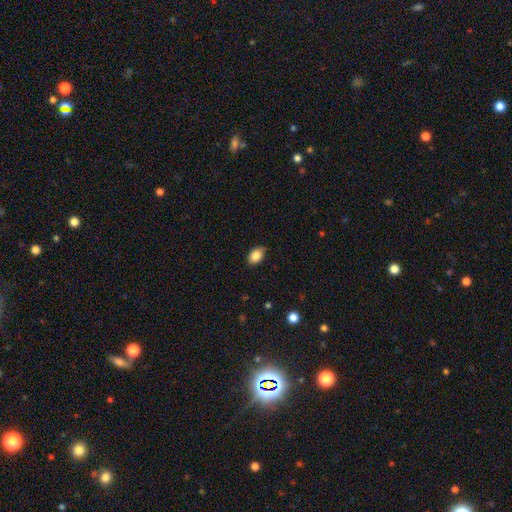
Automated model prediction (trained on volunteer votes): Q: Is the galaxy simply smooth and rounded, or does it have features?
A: smooth — 86%.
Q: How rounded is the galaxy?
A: in between — 86%.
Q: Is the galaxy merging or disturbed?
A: none — 83%.